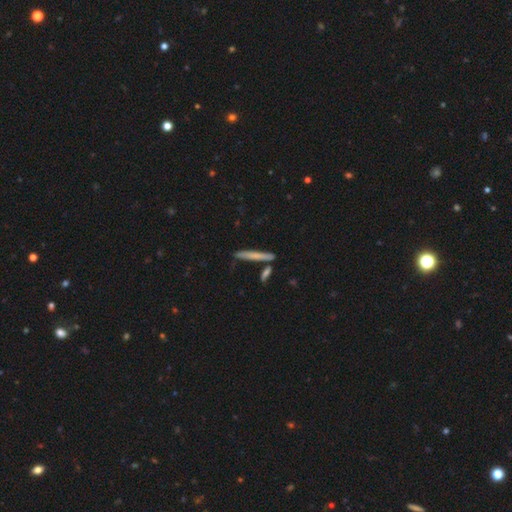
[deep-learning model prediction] smooth-or-featured: smooth: 65% | featured or disk: 29% | star or artifact: 7%
  how-rounded: cigar-shaped: 95% | in between: 3% | round: 2%
  merging: none: 81% | minor disturbance: 10% | merger: 7% | major disturbance: 2%